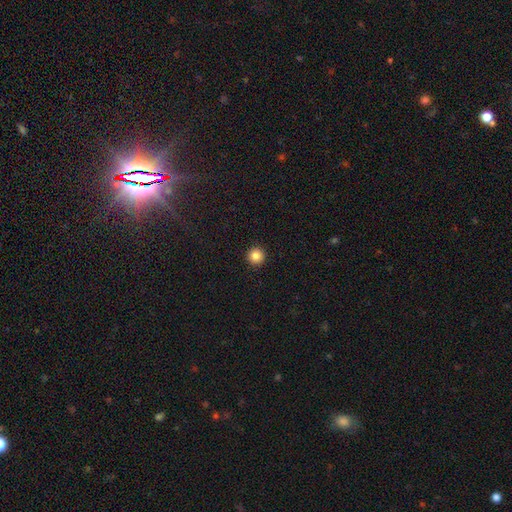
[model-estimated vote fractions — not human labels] smooth-or-featured: smooth: 85% | star or artifact: 11% | featured or disk: 4%
  how-rounded: round: 96% | in between: 3% | cigar-shaped: 1%
  merging: none: 94% | minor disturbance: 4% | major disturbance: 1% | merger: 1%